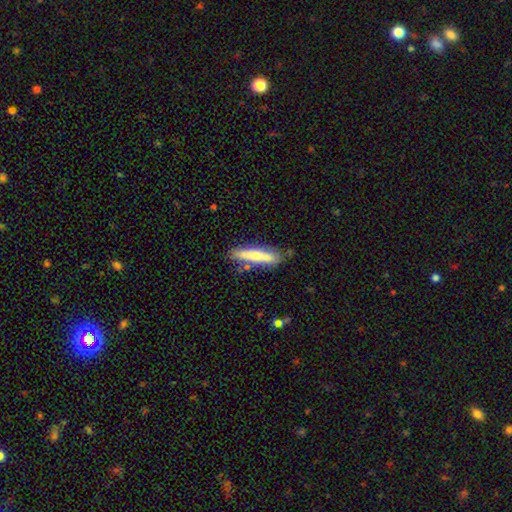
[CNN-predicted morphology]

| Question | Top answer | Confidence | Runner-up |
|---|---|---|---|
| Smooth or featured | smooth | 63% | featured or disk (32%) |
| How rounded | cigar-shaped | 80% | in between (18%) |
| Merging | none | 78% | minor disturbance (15%) |